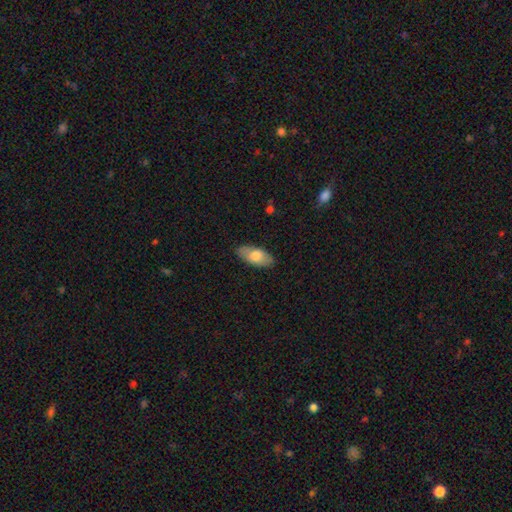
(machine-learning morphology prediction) smooth_or_featured: smooth (p=0.73) [alt: featured or disk p=0.21]
how_rounded: in between (p=0.90) [alt: cigar-shaped p=0.07]
merging: none (p=0.85) [alt: minor disturbance p=0.12]